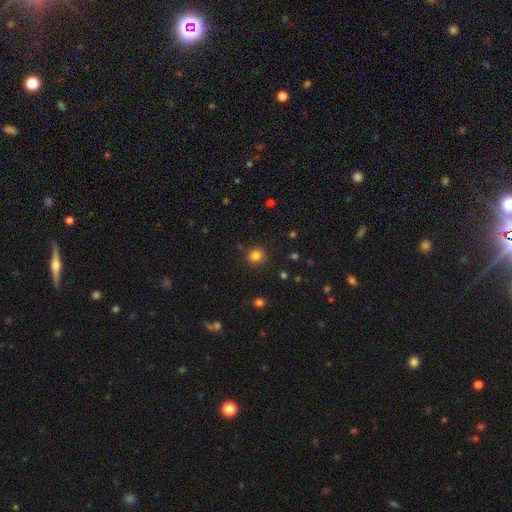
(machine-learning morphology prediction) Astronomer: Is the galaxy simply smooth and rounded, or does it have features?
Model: smooth — 82%.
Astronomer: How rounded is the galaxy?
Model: round — 88%.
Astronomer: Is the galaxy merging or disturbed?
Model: none — 88%.